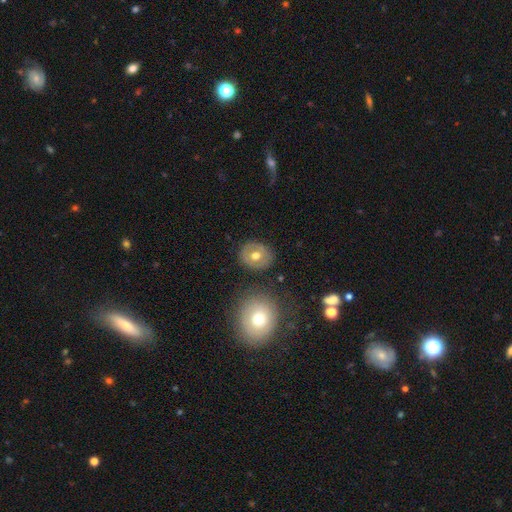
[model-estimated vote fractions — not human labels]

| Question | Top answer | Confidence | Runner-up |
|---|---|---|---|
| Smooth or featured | smooth | 57% | featured or disk (35%) |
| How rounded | round | 70% | in between (29%) |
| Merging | none | 83% | minor disturbance (10%) |